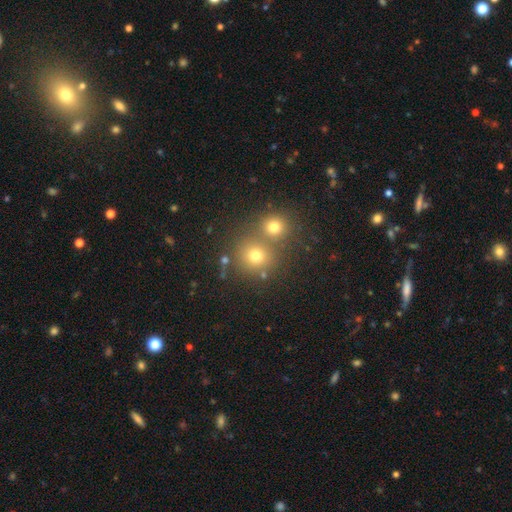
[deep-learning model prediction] This is likely a smooth galaxy (70%). How rounded: clearly round (89%). Merging: likely none (60%).